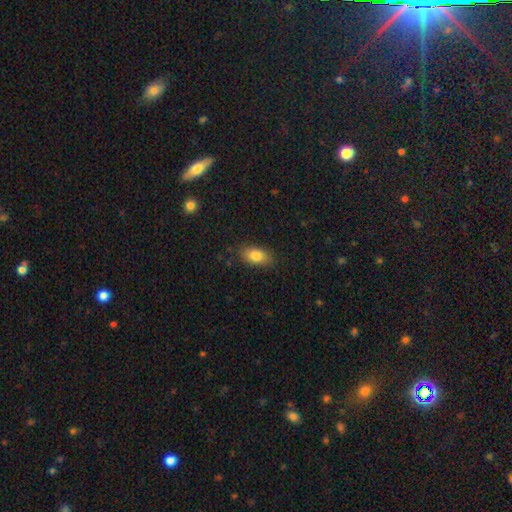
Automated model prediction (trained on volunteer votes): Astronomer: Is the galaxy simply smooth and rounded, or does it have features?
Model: smooth — 84%.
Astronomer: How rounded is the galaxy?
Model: in between — 90%.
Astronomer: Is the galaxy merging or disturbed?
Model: none — 83%.